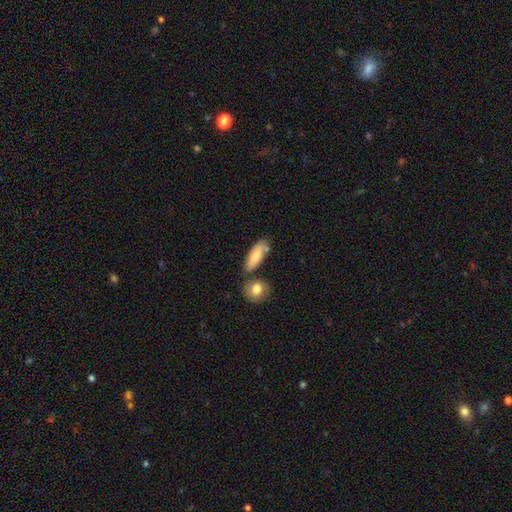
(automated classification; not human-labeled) smooth-or-featured: smooth: 79% | featured or disk: 14% | star or artifact: 6%
  how-rounded: in between: 67% | cigar-shaped: 29% | round: 3%
  merging: none: 63% | minor disturbance: 18% | merger: 15% | major disturbance: 4%